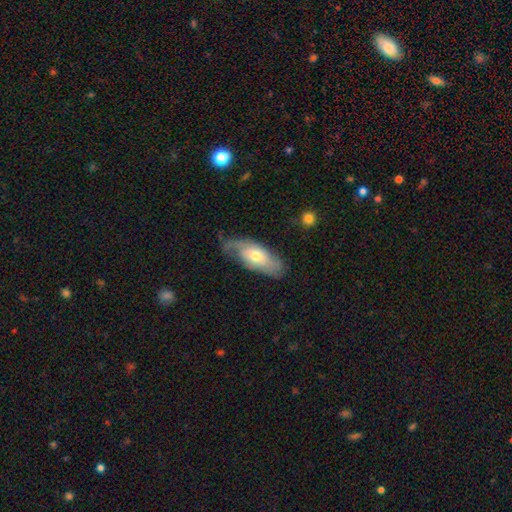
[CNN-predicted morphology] type=featured or disk (54%); edge-on=no (80%); merging=none (60%).